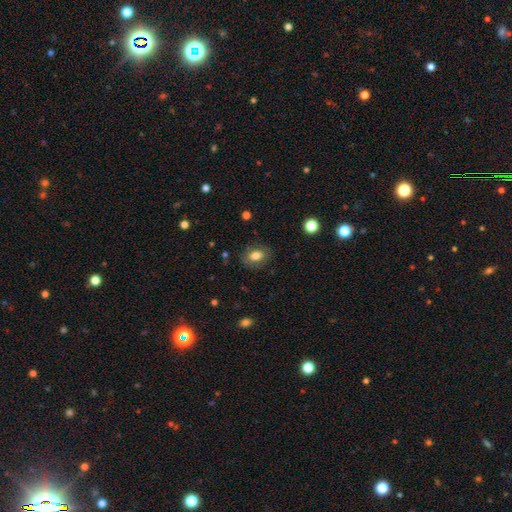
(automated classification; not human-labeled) This is likely a smooth galaxy (73%). How rounded: likely in between (72%). Merging: clearly none (82%).